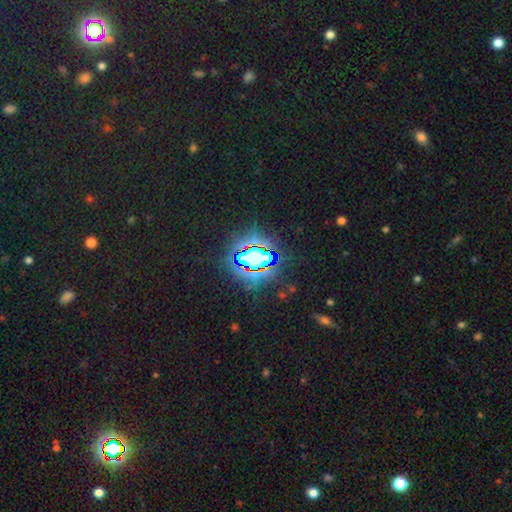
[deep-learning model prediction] Smooth or featured? star or artifact (82%)